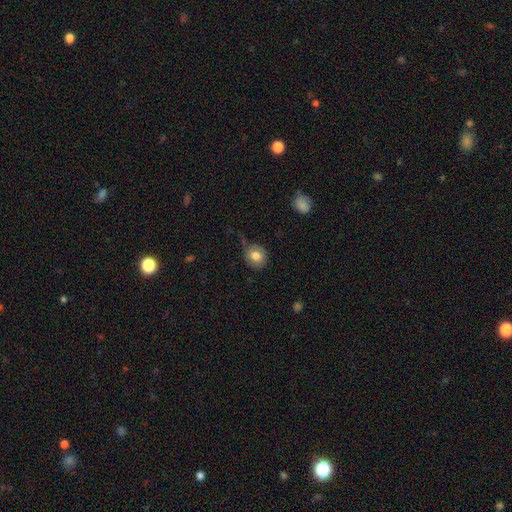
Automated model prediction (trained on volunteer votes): Q: Smooth or featured?
A: smooth (78%); runner-up: featured or disk (13%)
Q: How rounded?
A: round (80%); runner-up: in between (19%)
Q: Merging?
A: none (76%); runner-up: minor disturbance (17%)